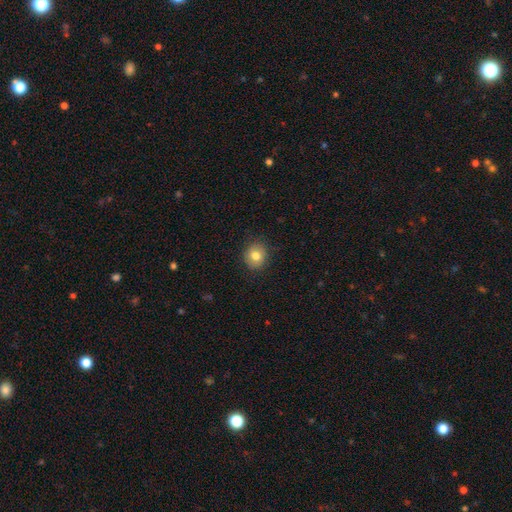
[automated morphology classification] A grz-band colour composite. It shows a smooth galaxy with no disk features (79%) that is round (78%). Merging: none (87%).